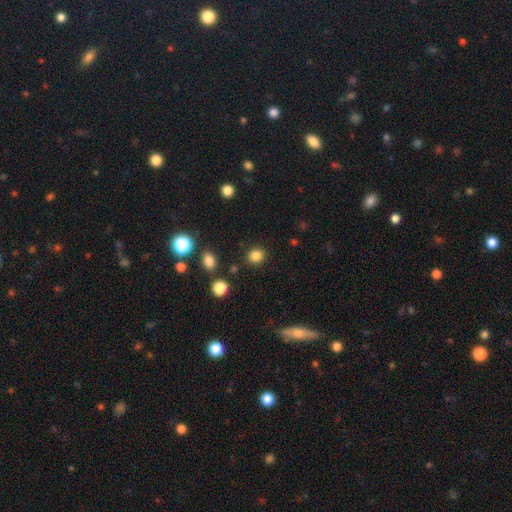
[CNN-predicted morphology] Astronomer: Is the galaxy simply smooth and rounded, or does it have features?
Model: smooth — 84%.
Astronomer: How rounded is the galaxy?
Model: round — 74%.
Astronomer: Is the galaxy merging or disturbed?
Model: none — 87%.